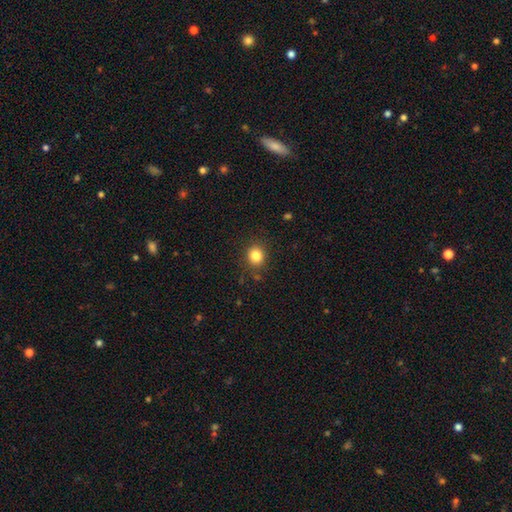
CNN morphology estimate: type=smooth (83%); roundness=round (81%); merging=none (87%).